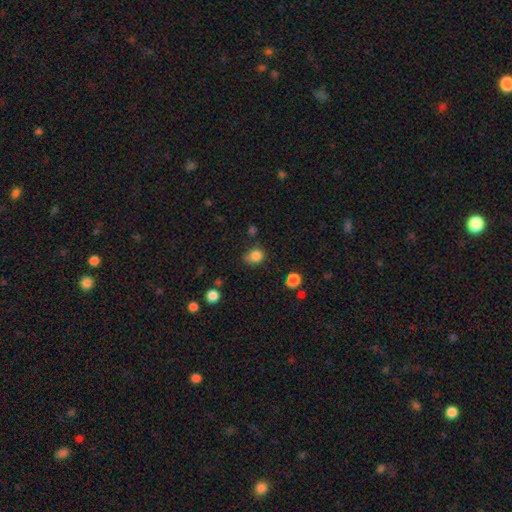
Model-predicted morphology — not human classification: A smooth galaxy with no disk features (83%) that is round (70%). Merging: none (62%).